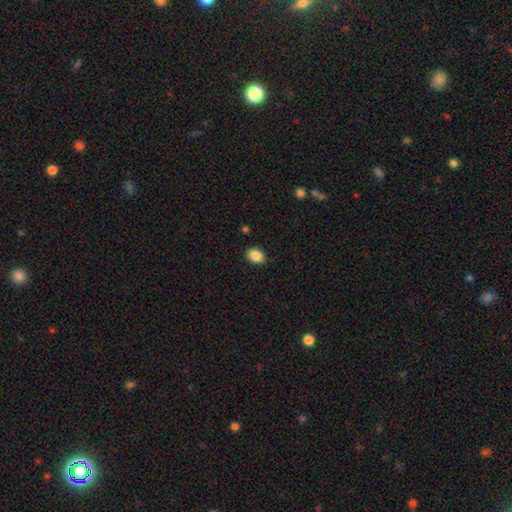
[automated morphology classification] smooth-or-featured: smooth: 88% | star or artifact: 8% | featured or disk: 4%
  how-rounded: in between: 67% | round: 32% | cigar-shaped: 1%
  merging: none: 89% | minor disturbance: 8% | major disturbance: 2% | merger: 1%